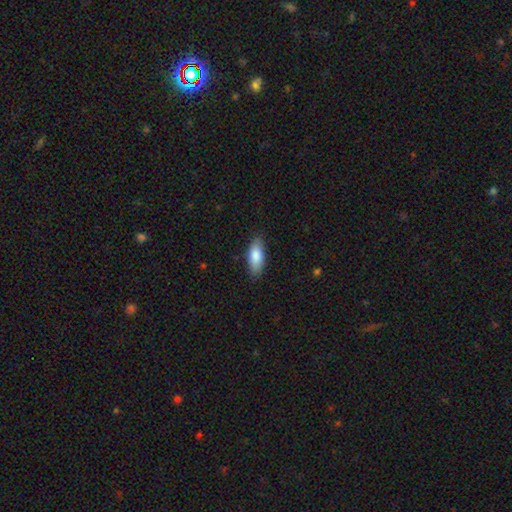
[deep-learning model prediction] smooth_or_featured: smooth (p=0.84) [alt: featured or disk p=0.11]
how_rounded: in between (p=0.78) [alt: cigar-shaped p=0.20]
merging: none (p=0.85) [alt: minor disturbance p=0.12]